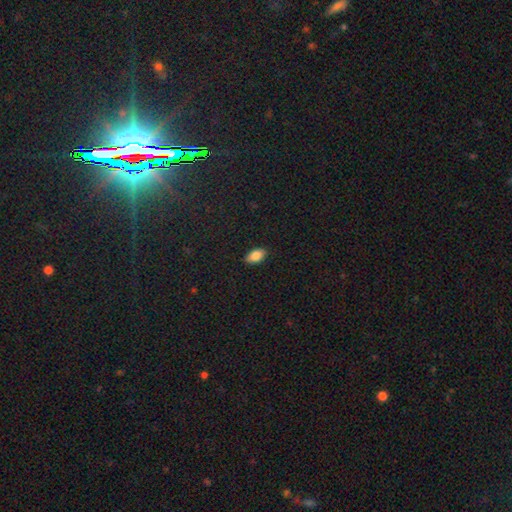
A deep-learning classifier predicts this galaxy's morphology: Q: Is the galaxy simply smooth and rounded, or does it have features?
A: smooth — 86%.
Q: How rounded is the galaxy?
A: in between — 93%.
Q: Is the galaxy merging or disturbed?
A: none — 85%.